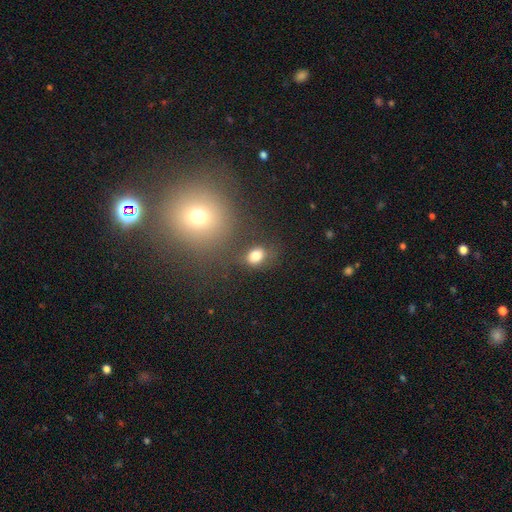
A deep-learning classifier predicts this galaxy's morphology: Overall: smooth (81%). How rounded: in between (67%; round 32%). Merging: none (63%).